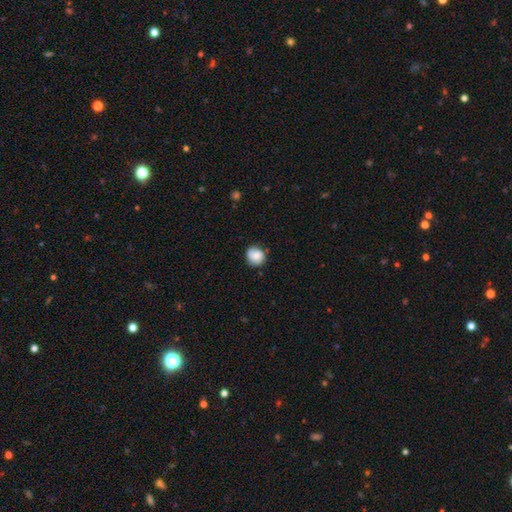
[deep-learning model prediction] A smooth galaxy with no disk features (68%) that is round (86%). Merging: none (74%).